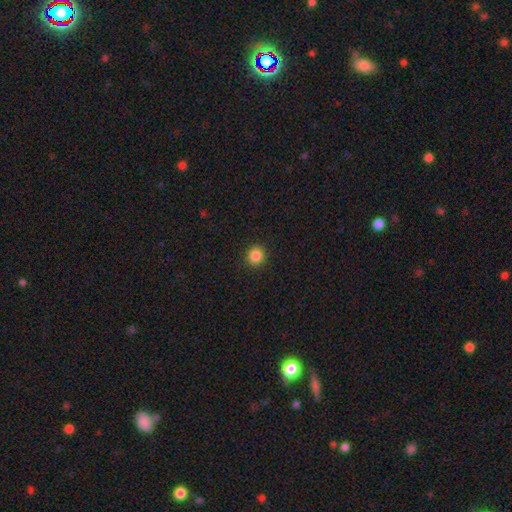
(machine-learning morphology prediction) The model was most divided on "smooth or featured": smooth: 86%, star or artifact: 11%, featured or disk: 3%. More confident: merging — none (91%); how rounded — round (89%).